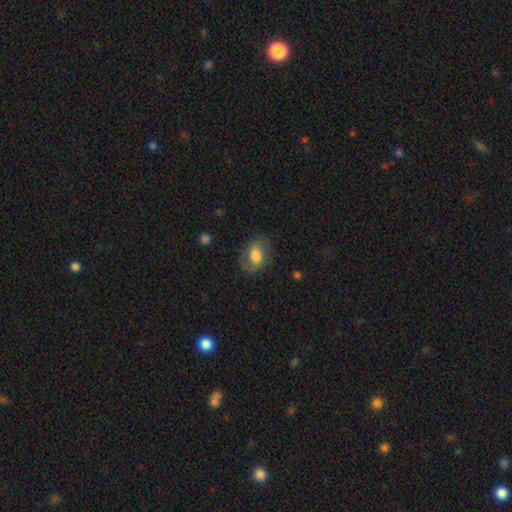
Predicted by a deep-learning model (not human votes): smooth-or-featured: smooth: 61% | featured or disk: 31% | star or artifact: 7%
  how-rounded: in between: 74% | round: 24% | cigar-shaped: 2%
  merging: none: 75% | minor disturbance: 16% | major disturbance: 8% | merger: 1%